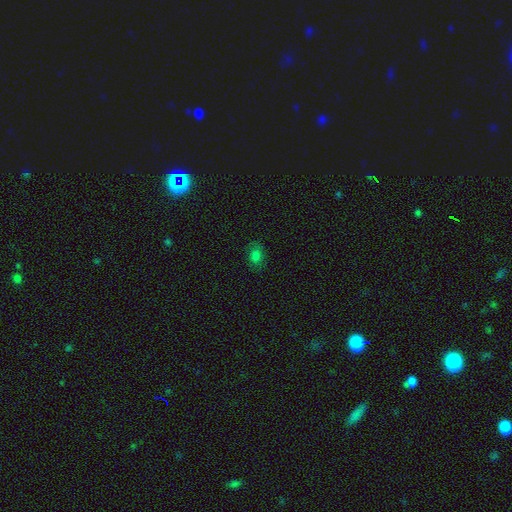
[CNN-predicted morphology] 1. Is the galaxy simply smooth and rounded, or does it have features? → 77% smooth, 16% star or artifact, 7% featured or disk.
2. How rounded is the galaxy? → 71% in between, 28% round, 2% cigar-shaped.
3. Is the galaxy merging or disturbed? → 82% none, 13% minor disturbance, 3% major disturbance, 1% merger.